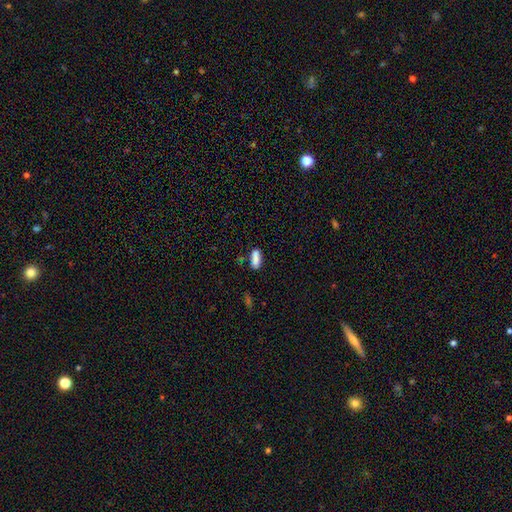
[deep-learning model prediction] This appears to be a smooth galaxy with no disk features (86%) that is in between round and cigar-shaped (65%). Merging: none (74%).